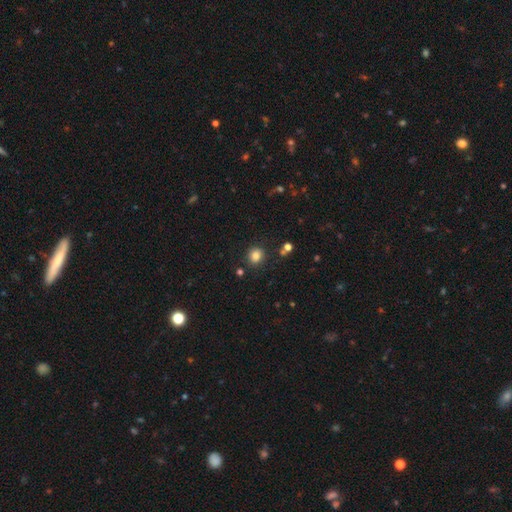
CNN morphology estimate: smooth 83%, star or artifact 12%, featured or disk 5%. Down the decision tree: how rounded — round (78%); merging — none (86%).